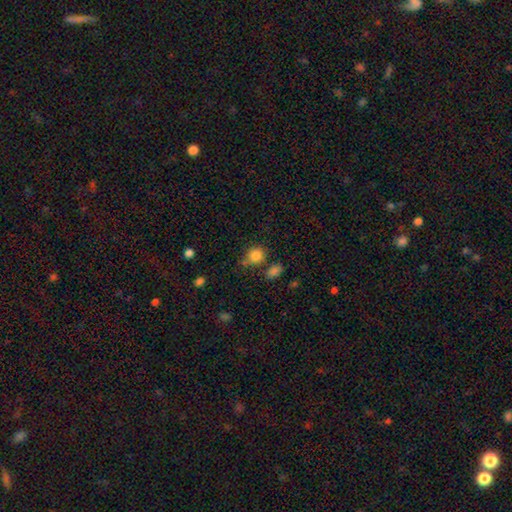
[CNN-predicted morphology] smooth_or_featured: smooth (p=0.84) [alt: star or artifact p=0.11]
how_rounded: round (p=0.78) [alt: in between p=0.21]
merging: none (p=0.66) [alt: minor disturbance p=0.17]